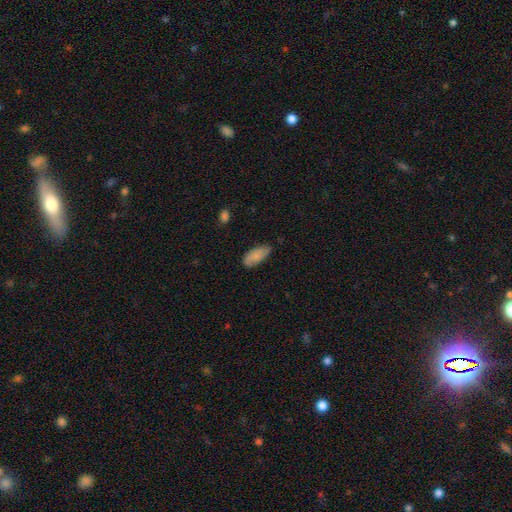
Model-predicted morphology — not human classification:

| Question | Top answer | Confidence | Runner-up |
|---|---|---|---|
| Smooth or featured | smooth | 79% | featured or disk (14%) |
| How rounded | in between | 86% | cigar-shaped (12%) |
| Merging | none | 71% | minor disturbance (23%) |